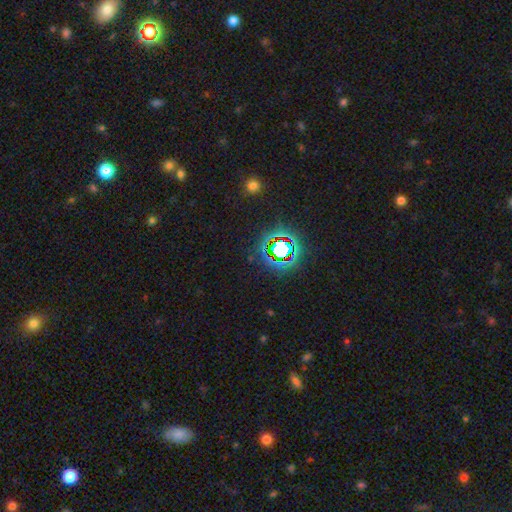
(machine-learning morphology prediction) smooth-or-featured: star or artifact: 77% | smooth: 15% | featured or disk: 8%